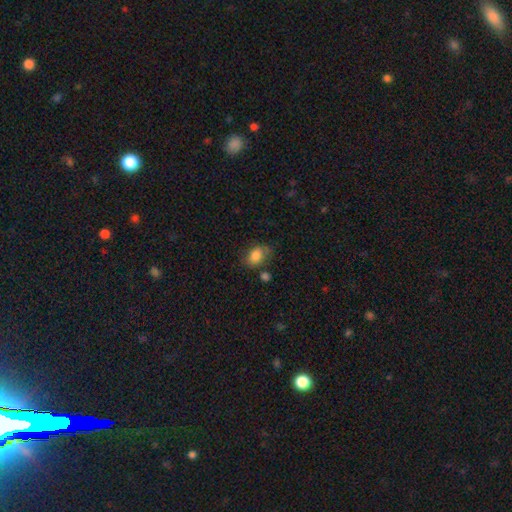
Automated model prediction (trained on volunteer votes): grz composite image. It shows a smooth galaxy with no disk features (82%) that is in between round and cigar-shaped (73%). Merging: none (62%).